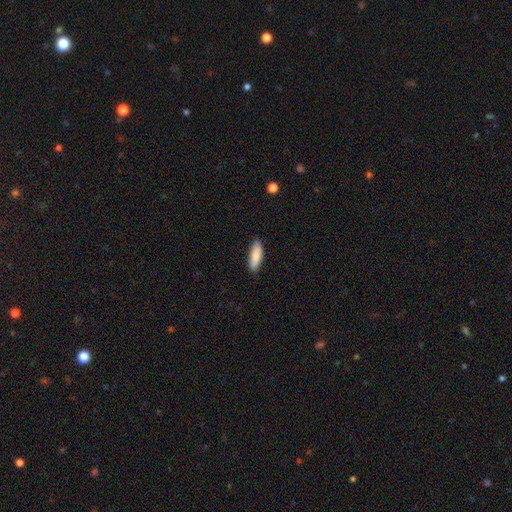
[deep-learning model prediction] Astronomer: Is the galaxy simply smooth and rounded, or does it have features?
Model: smooth — 87%.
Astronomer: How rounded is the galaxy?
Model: in between — 53% (runner-up: cigar-shaped, 45%).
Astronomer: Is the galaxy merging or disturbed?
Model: none — 88%.